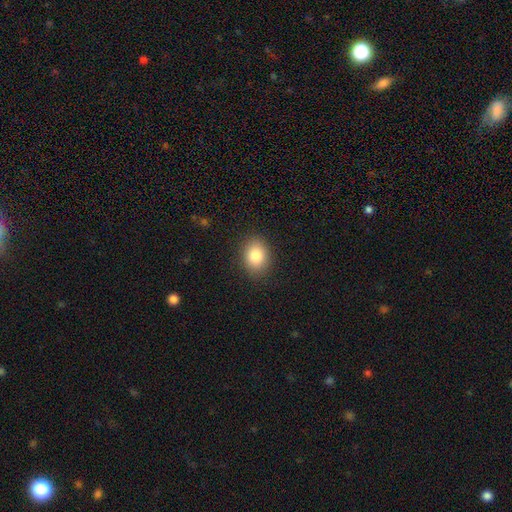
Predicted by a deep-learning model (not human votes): Smooth or featured? Predicted: smooth (p=0.84). How rounded? Predicted: in between (p=0.59). Merging? Predicted: none (p=0.88).